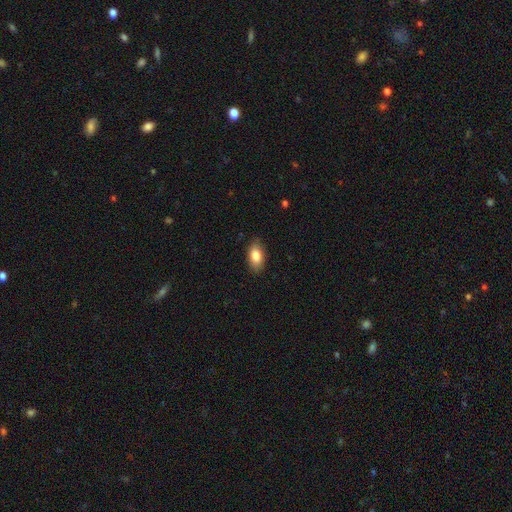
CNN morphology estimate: This is clearly a smooth galaxy (83%). How rounded: clearly in between (90%). Merging: clearly none (85%).